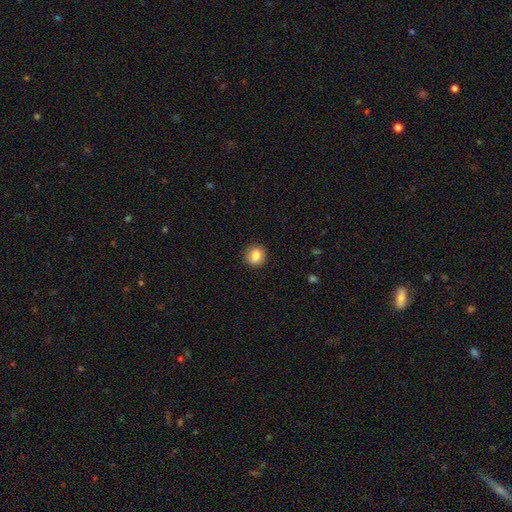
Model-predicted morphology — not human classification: smooth 86%, star or artifact 8%, featured or disk 6%. Down the decision tree: how rounded — round (75%); merging — none (88%).